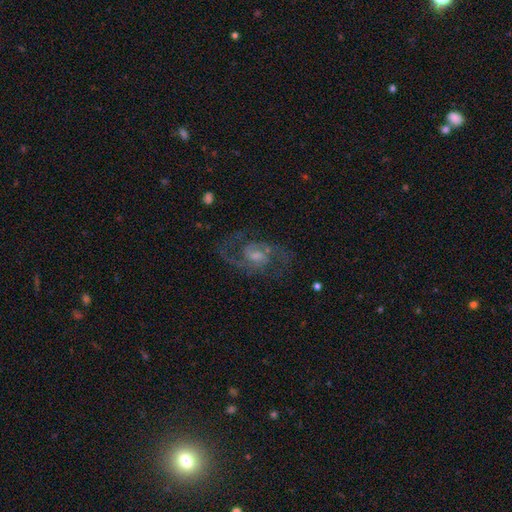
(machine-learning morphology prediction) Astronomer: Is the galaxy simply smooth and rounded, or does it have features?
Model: featured or disk — 87%.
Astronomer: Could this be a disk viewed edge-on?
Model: no — 97%.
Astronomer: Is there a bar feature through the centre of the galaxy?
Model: weak — 52% (runner-up: no, 38%).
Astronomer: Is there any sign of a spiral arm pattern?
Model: yes — 96%.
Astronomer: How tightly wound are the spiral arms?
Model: medium — 61%.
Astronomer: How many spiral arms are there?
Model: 2 — 89%.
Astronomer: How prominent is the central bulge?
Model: small — 47% (runner-up: moderate, 37%).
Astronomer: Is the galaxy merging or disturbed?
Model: none — 75%.